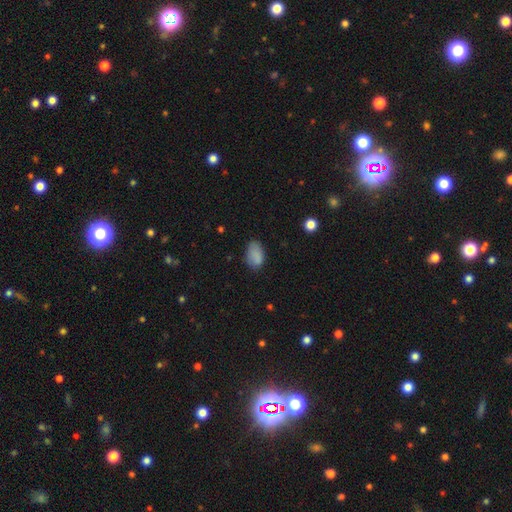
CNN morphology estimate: smooth 84%, star or artifact 10%, featured or disk 7%. Down the decision tree: how rounded — in between (90%); merging — none (69%).